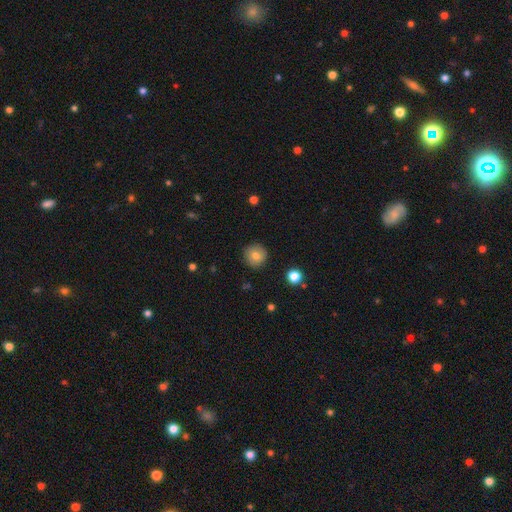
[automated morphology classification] Smooth or featured?
  - smooth: 78% *
  - featured or disk: 13%
  - star or artifact: 9%
How rounded?
  - round: 94% *
  - in between: 5%
  - cigar-shaped: 1%
Merging?
  - none: 90% *
  - minor disturbance: 7%
  - major disturbance: 2%
  - merger: 1%